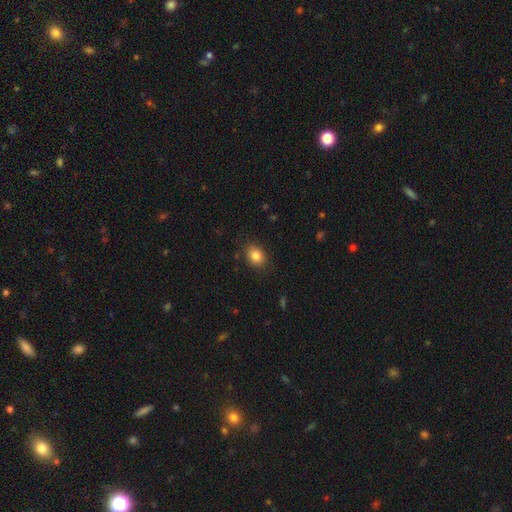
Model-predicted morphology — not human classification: type=smooth (84%); roundness=in between (56%); merging=none (85%).